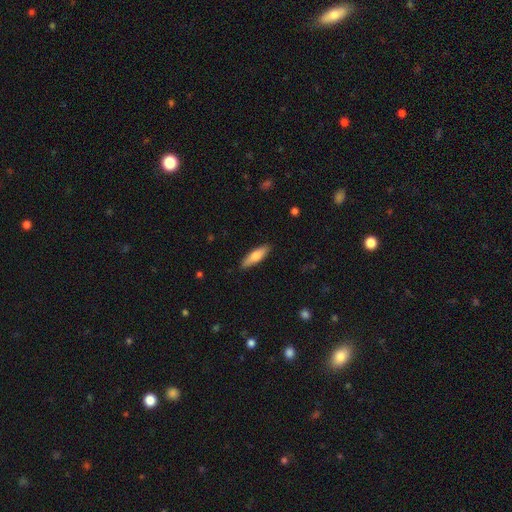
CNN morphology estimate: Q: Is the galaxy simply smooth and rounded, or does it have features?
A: smooth — 68%.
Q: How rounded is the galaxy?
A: cigar-shaped — 59%.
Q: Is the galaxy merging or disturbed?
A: none — 88%.